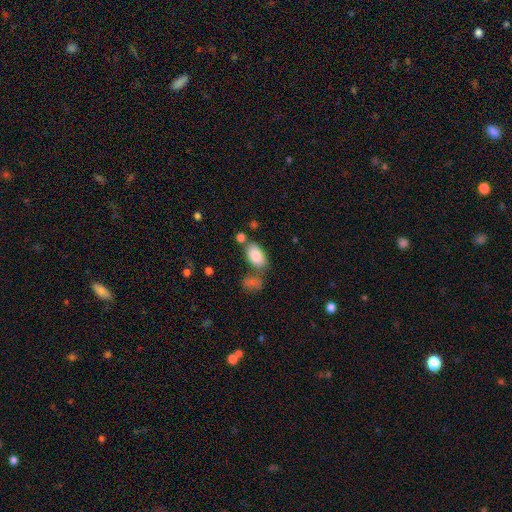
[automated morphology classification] Smooth or featured? Predicted: smooth (p=0.83). How rounded? Predicted: in between (p=0.93). Merging? Predicted: none (p=0.66).